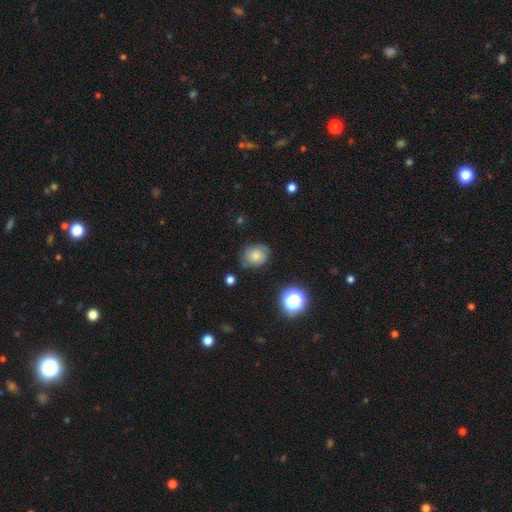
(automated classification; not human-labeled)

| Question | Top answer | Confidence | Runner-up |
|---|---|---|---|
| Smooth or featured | smooth | 77% | star or artifact (11%) |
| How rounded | in between | 50% | round (49%) |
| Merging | none | 72% | minor disturbance (21%) |